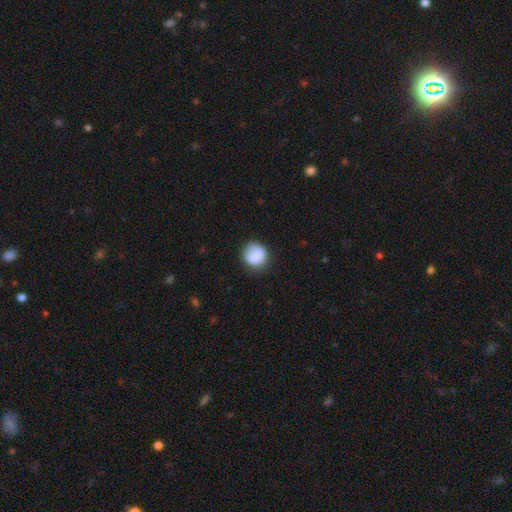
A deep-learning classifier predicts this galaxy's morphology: Smooth or featured?
  - smooth: 79% *
  - featured or disk: 13%
  - star or artifact: 8%
How rounded?
  - round: 84% *
  - in between: 15%
  - cigar-shaped: 1%
Merging?
  - none: 66% *
  - minor disturbance: 22%
  - major disturbance: 8%
  - merger: 5%